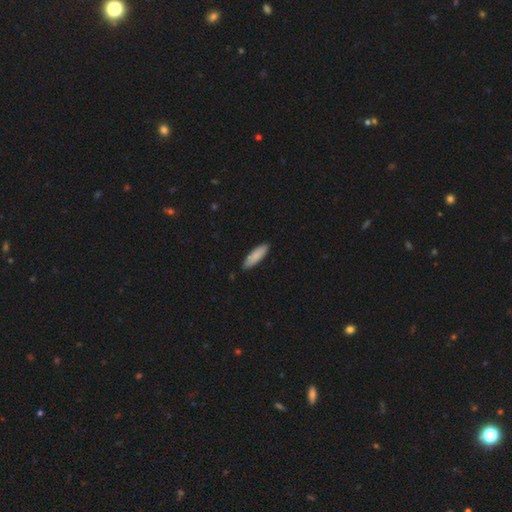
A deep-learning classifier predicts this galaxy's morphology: Q: Smooth or featured?
A: smooth (87%); runner-up: featured or disk (7%)
Q: How rounded?
A: cigar-shaped (57%); runner-up: in between (41%)
Q: Merging?
A: none (88%); runner-up: minor disturbance (9%)